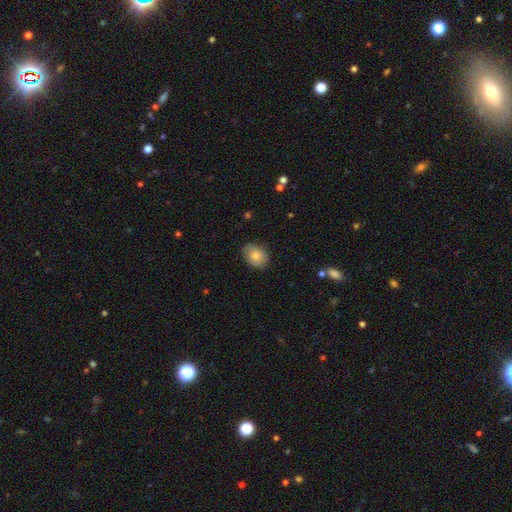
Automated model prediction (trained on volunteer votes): Smooth or featured? smooth (81%)
How rounded? in between (63%)
Merging? none (77%)